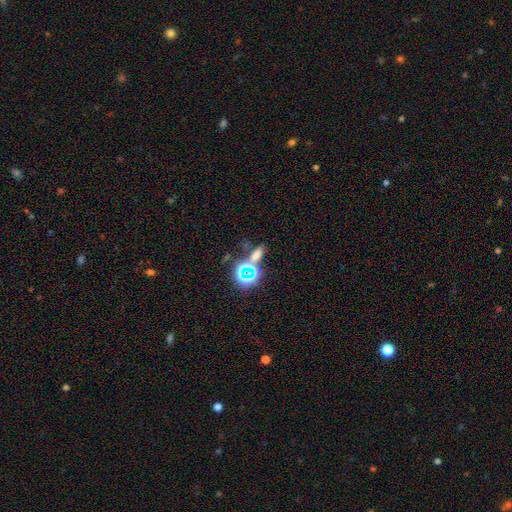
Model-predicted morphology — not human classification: smooth_or_featured: smooth (p=0.49) [alt: star or artifact p=0.40]
merging: none (p=0.58) [alt: merger p=0.24]